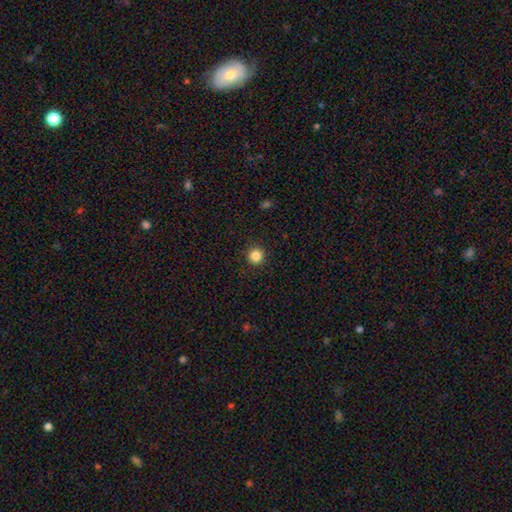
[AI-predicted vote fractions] Overall: smooth (85%). How rounded: round (95%). Merging: none (92%).